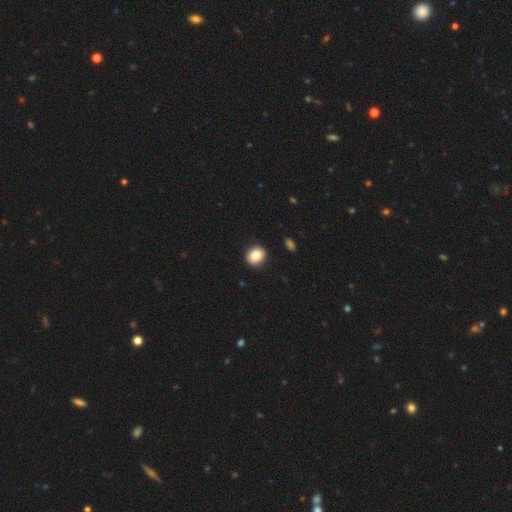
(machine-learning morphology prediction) Smooth or featured: smooth — 87% (star or artifact — 9%)
How rounded: round — 65% (in between — 34%)
Merging: none — 88% (minor disturbance — 8%)